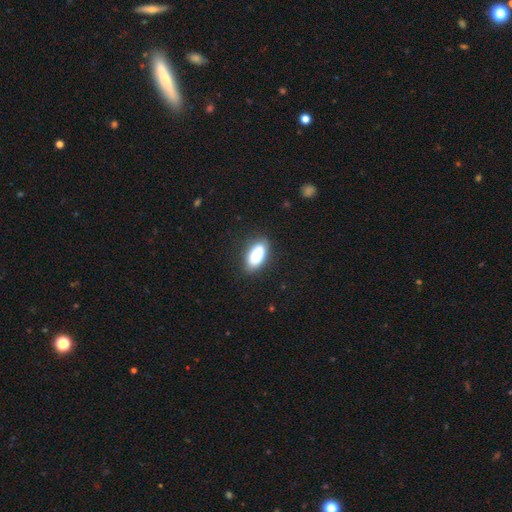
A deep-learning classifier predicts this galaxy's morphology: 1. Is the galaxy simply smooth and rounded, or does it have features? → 74% smooth, 18% featured or disk, 8% star or artifact.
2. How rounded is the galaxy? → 92% in between, 4% round, 4% cigar-shaped.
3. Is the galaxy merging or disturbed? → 80% none, 14% minor disturbance, 4% major disturbance, 2% merger.